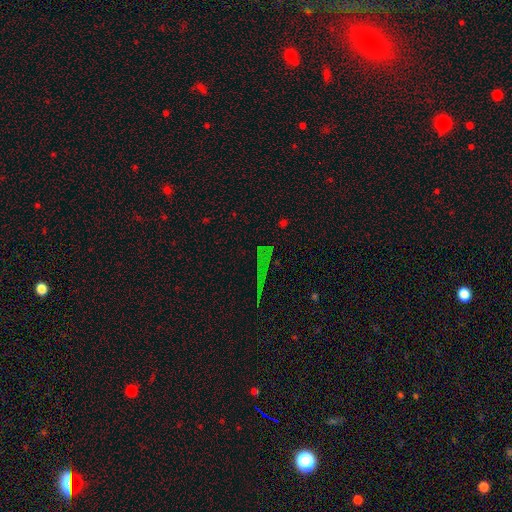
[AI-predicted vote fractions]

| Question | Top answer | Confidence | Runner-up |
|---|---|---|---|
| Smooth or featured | star or artifact | 68% | smooth (19%) |